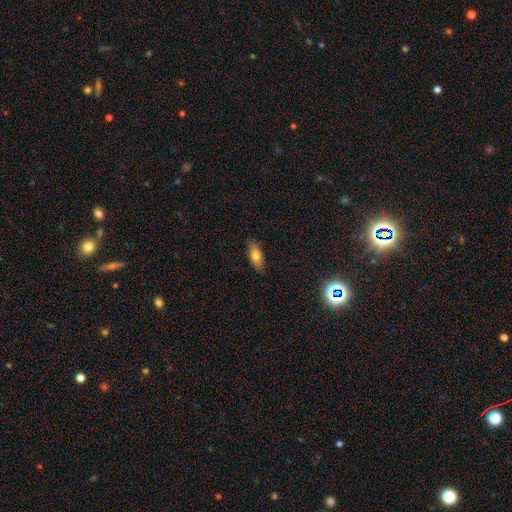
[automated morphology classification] smooth 71%, featured or disk 21%, star or artifact 8%. Down the decision tree: how rounded — in between (76%); merging — none (86%).